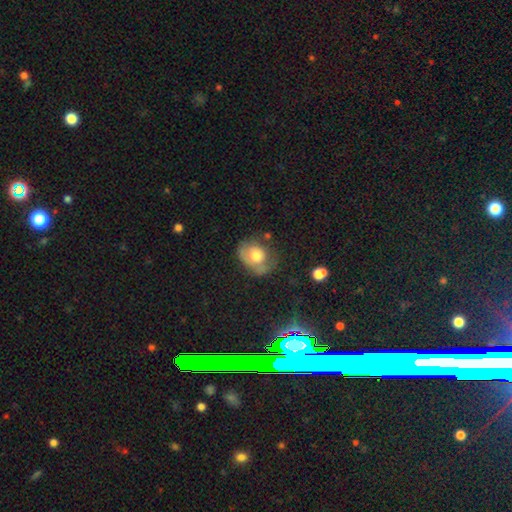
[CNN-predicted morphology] A smooth galaxy with no disk features (60%) that is in between round and cigar-shaped (54%).

Vote fractions:
- Smooth or featured? smooth: 60% / featured or disk: 32% / star or artifact: 9%
- How rounded? in between: 54% / round: 45% / cigar-shaped: 1%
- Merging? none: 42% / minor disturbance: 31% / major disturbance: 22% / merger: 4%